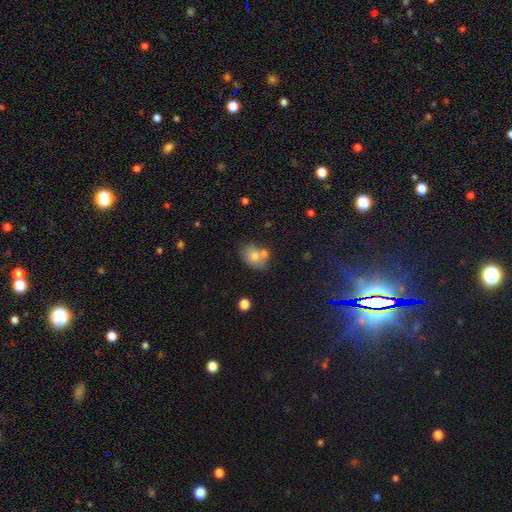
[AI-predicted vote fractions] Morphology: type=smooth (73%); roundness=in between (59%); merging=none (47%).